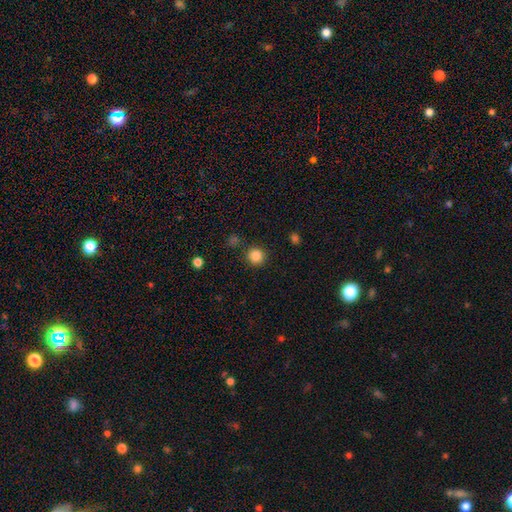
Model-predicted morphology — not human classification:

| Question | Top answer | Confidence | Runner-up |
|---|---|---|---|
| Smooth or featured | smooth | 85% | star or artifact (11%) |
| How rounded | round | 94% | in between (5%) |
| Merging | none | 88% | minor disturbance (7%) |